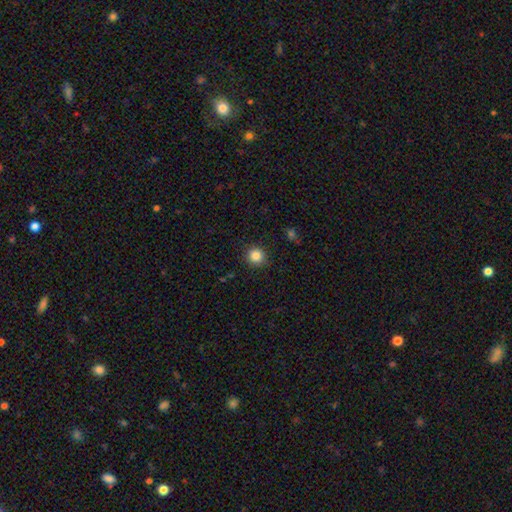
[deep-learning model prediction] smooth_or_featured: smooth (p=0.85) [alt: star or artifact p=0.11]
how_rounded: round (p=0.93) [alt: in between p=0.06]
merging: none (p=0.90) [alt: minor disturbance p=0.07]